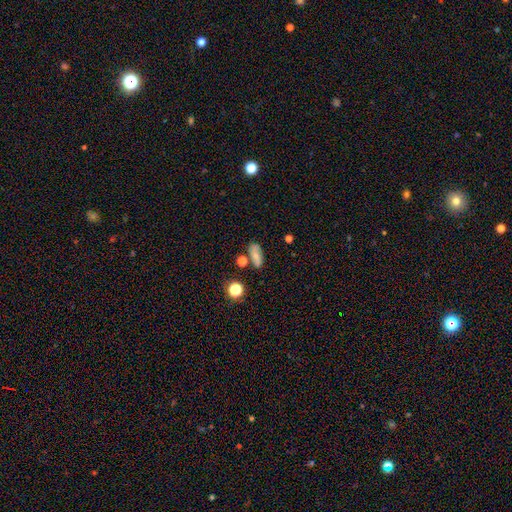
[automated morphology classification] Smooth or featured? Predicted: smooth (p=0.72). How rounded? Predicted: in between (p=0.74). Merging? Predicted: none (p=0.66).